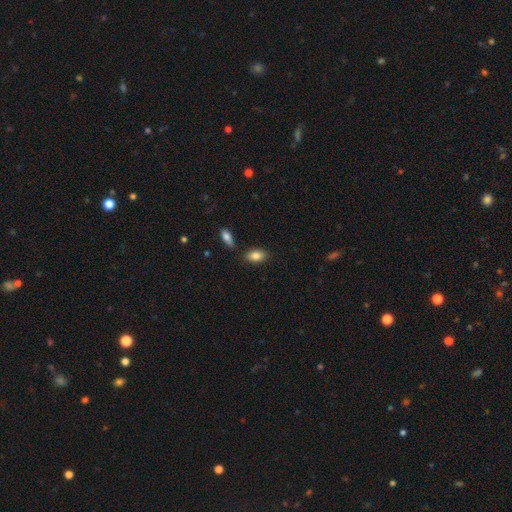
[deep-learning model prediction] A smooth galaxy with no disk features (84%) that is in between round and cigar-shaped (90%).

Vote fractions:
- Smooth or featured? smooth: 84% / featured or disk: 9% / star or artifact: 7%
- How rounded? in between: 90% / round: 6% / cigar-shaped: 4%
- Merging? none: 80% / minor disturbance: 12% / merger: 5% / major disturbance: 3%